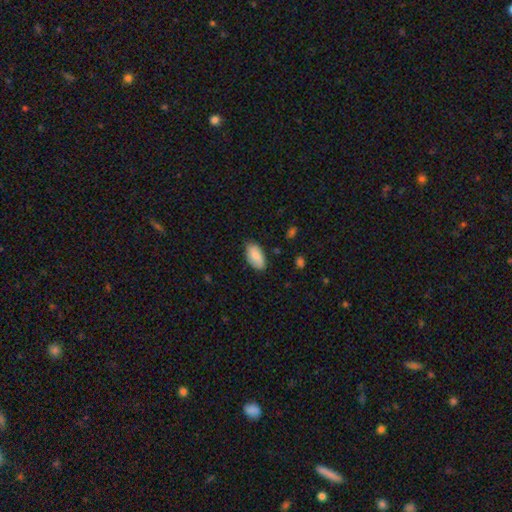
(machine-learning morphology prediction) A smooth galaxy with no disk features (84%) that is in between round and cigar-shaped (94%). Merging: none (80%).